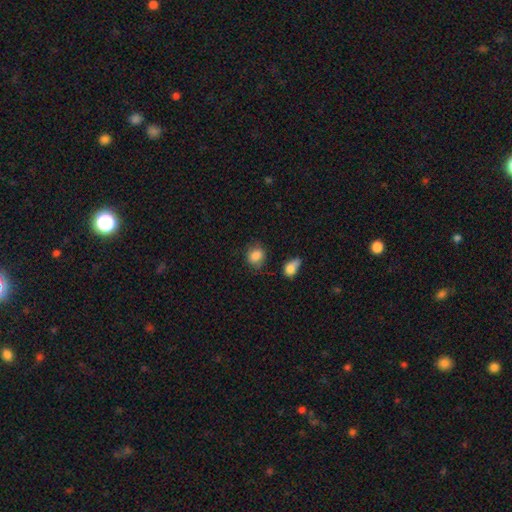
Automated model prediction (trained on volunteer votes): Overall: smooth (85%). How rounded: round (56%; in between 43%). Merging: none (67%).